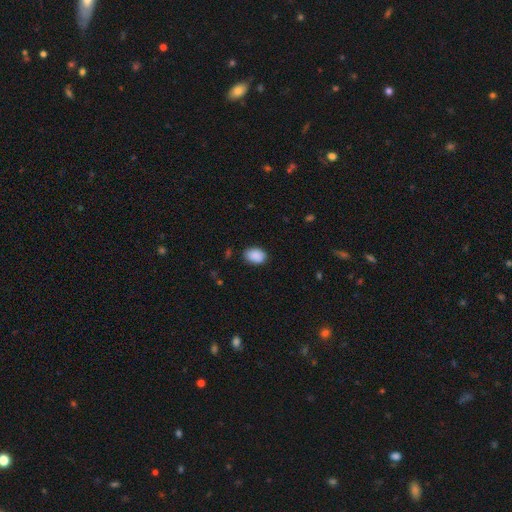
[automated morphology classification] smooth-or-featured: smooth: 90% | star or artifact: 7% | featured or disk: 3%
  how-rounded: in between: 80% | round: 19% | cigar-shaped: 1%
  merging: none: 83% | minor disturbance: 13% | major disturbance: 3% | merger: 1%